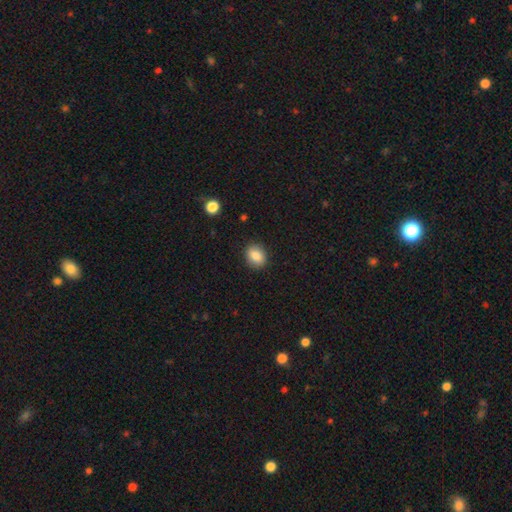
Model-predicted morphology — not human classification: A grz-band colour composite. It shows a smooth galaxy with no disk features (84%) that is round (57%). Merging: none (89%).